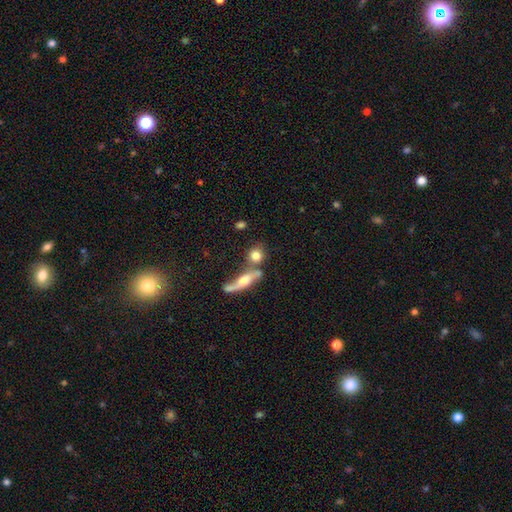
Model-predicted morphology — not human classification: smooth 74%, featured or disk 18%, star or artifact 8%. Down the decision tree: how rounded — round (74%); merging — none (53%).